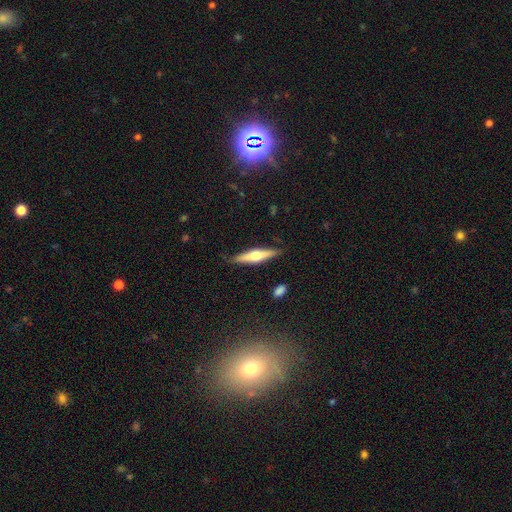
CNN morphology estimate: A featured or disk galaxy (59%) viewed edge-on (95%) with a rounded central bulge (91%). Merging: none (86%).